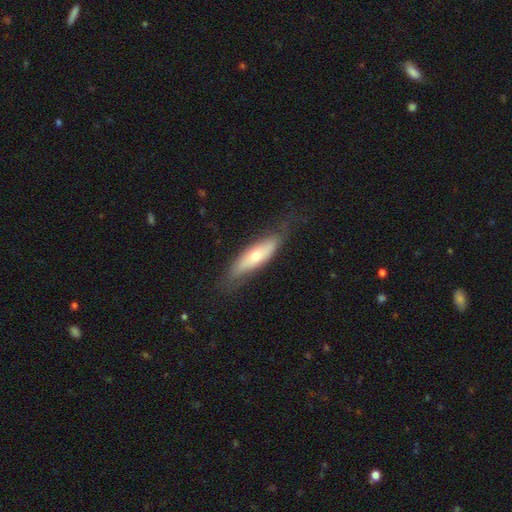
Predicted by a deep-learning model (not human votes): Overall: smooth (52%; featured or disk 42%). How rounded: cigar-shaped (51%; in between 46%). Merging: none (68%).